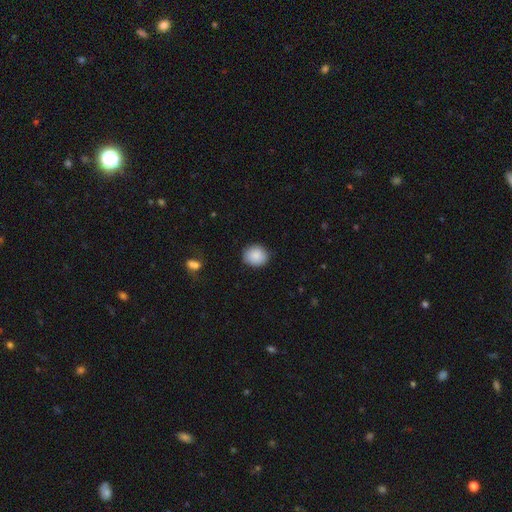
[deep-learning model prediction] Smooth or featured? smooth (88%)
How rounded? round (74%)
Merging? none (85%)